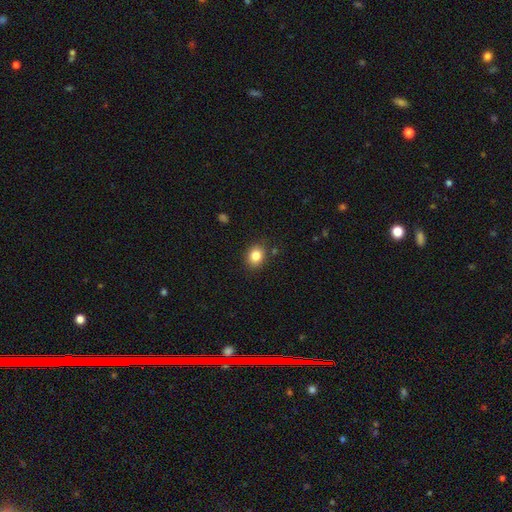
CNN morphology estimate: Smooth or featured: smooth — 84% (star or artifact — 10%)
How rounded: round — 55% (in between — 44%)
Merging: none — 86% (minor disturbance — 10%)